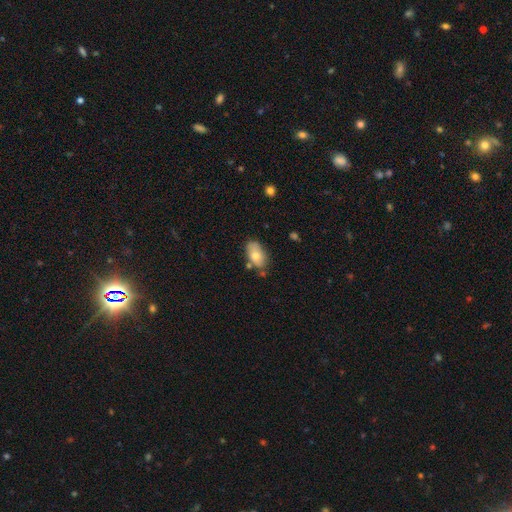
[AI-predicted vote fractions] Smooth or featured: smooth — 71% (featured or disk — 21%)
How rounded: in between — 91% (round — 7%)
Merging: none — 64% (minor disturbance — 22%)